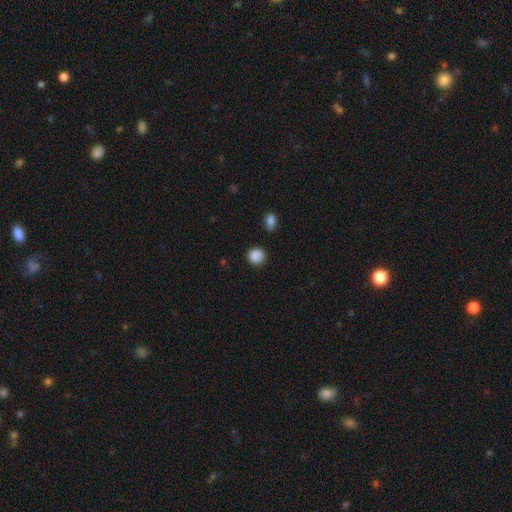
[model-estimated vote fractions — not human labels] Overall: smooth (87%). How rounded: round (85%). Merging: none (84%).